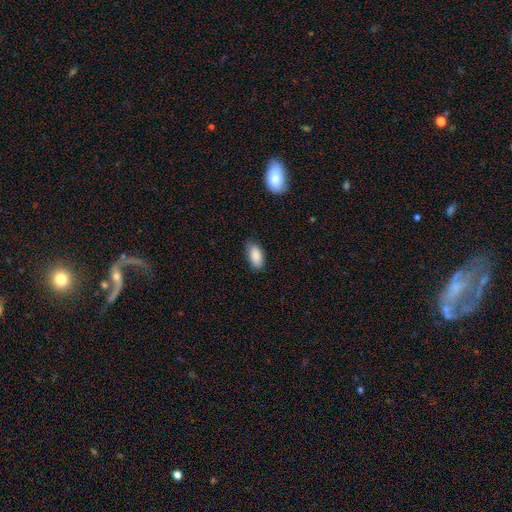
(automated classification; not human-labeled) Smooth or featured: smooth — 88% (star or artifact — 7%)
How rounded: in between — 92% (cigar-shaped — 5%)
Merging: none — 76% (minor disturbance — 20%)